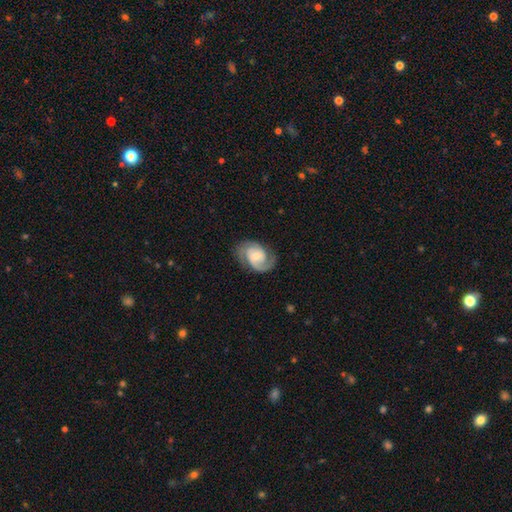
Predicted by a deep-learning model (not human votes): Overall: featured or disk (84%). Edge-on disk: no (97%). Bar: no (56%; weak 36%). Spiral arms: yes (97%). Spiral arm count: 2 (79%). Spiral winding: medium (46%; tight 41%). Bulge size: small (48%; moderate 46%). Merging: none (73%).